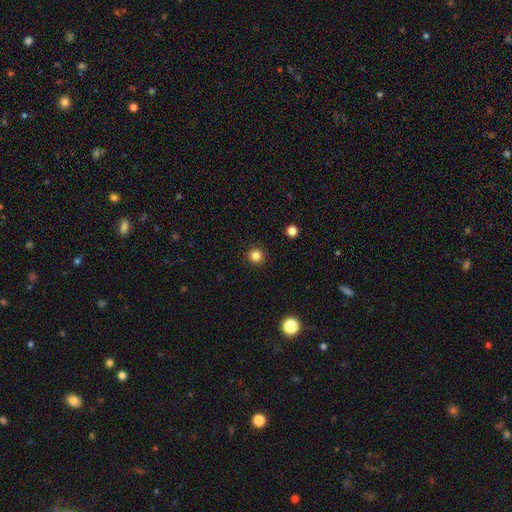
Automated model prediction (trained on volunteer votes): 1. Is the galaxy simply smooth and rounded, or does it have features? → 84% smooth, 13% star or artifact, 4% featured or disk.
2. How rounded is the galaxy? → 94% round, 5% in between, 1% cigar-shaped.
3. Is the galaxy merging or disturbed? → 92% none, 5% minor disturbance, 2% major disturbance, 1% merger.